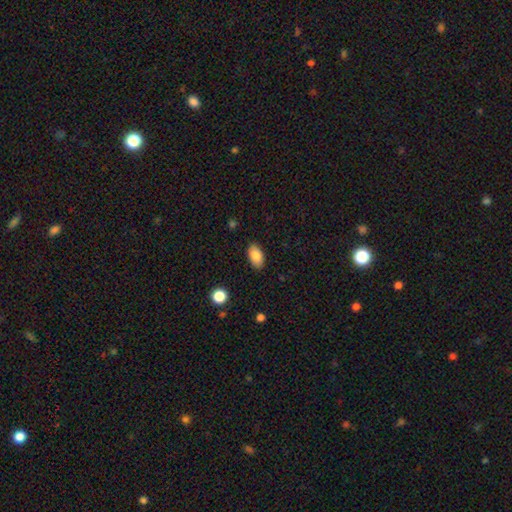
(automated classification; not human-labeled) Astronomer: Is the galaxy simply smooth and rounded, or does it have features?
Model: smooth — 86%.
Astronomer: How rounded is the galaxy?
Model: in between — 93%.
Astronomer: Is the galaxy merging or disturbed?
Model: none — 87%.